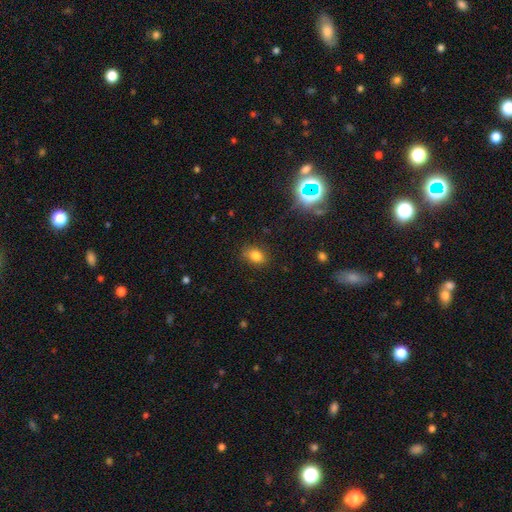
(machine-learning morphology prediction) Smooth or featured: smooth — 80% (star or artifact — 13%)
How rounded: in between — 70% (round — 28%)
Merging: none — 81% (minor disturbance — 14%)